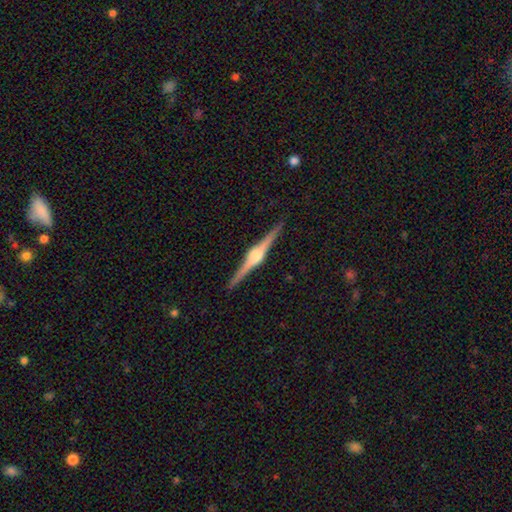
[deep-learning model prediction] The model was most divided on "smooth or featured": featured or disk: 88%, smooth: 7%, star or artifact: 5%. More confident: edge-on disk — yes (99%); merging — none (92%); edge-on bulge — rounded (89%).